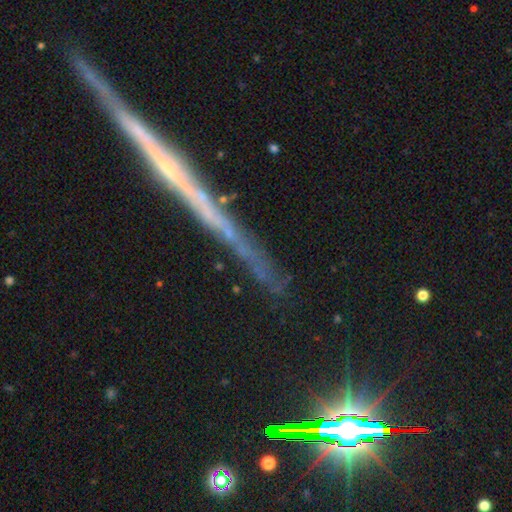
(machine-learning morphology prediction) smooth_or_featured: featured or disk (p=0.58) [alt: star or artifact p=0.26]
disk_edge_on: yes (p=0.93) [alt: no p=0.07]
edge_on_bulge: none (p=0.63) [alt: rounded p=0.26]
merging: none (p=0.80) [alt: minor disturbance p=0.13]